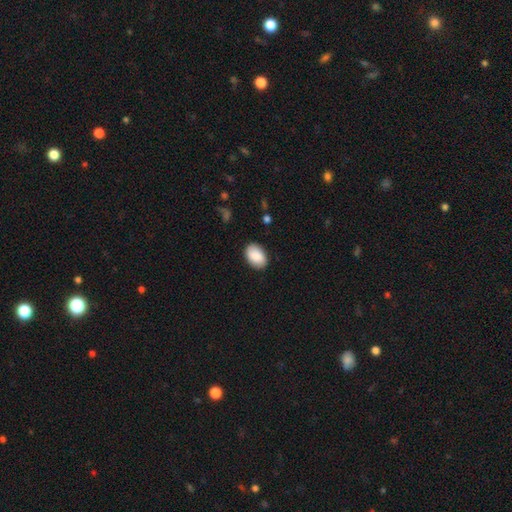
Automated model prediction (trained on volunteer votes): smooth 89%, star or artifact 6%, featured or disk 4%. Down the decision tree: how rounded — in between (87%); merging — none (87%).